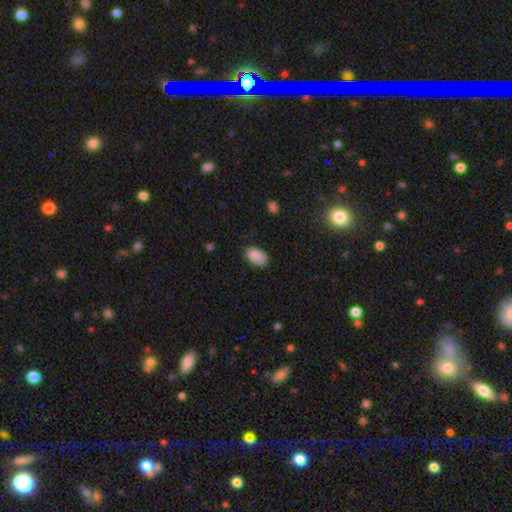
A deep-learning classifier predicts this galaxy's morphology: A smooth galaxy with no disk features (88%) that is in between round and cigar-shaped (93%).

Vote fractions:
- Smooth or featured? smooth: 88% / star or artifact: 7% / featured or disk: 5%
- How rounded? in between: 93% / round: 6% / cigar-shaped: 1%
- Merging? none: 75% / minor disturbance: 20% / major disturbance: 4% / merger: 1%